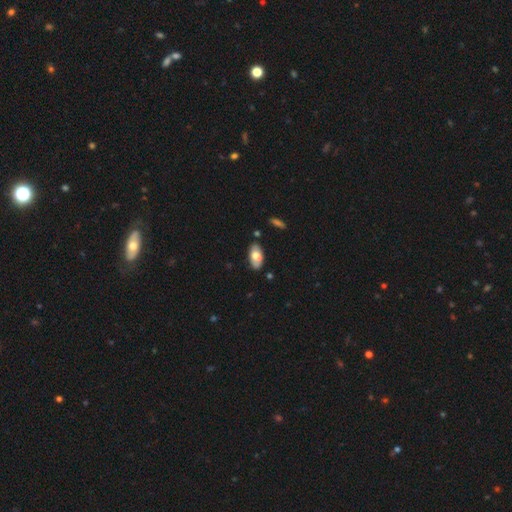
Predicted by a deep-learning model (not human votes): Smooth or featured: smooth — 68% (featured or disk — 26%)
How rounded: in between — 94% (cigar-shaped — 3%)
Merging: none — 81% (minor disturbance — 14%)